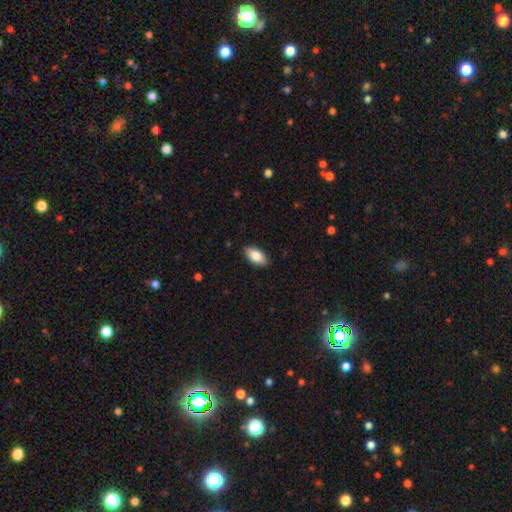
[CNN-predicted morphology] The model was most divided on "smooth or featured": smooth: 86%, featured or disk: 8%, star or artifact: 6%. More confident: how rounded — in between (92%); merging — none (88%).